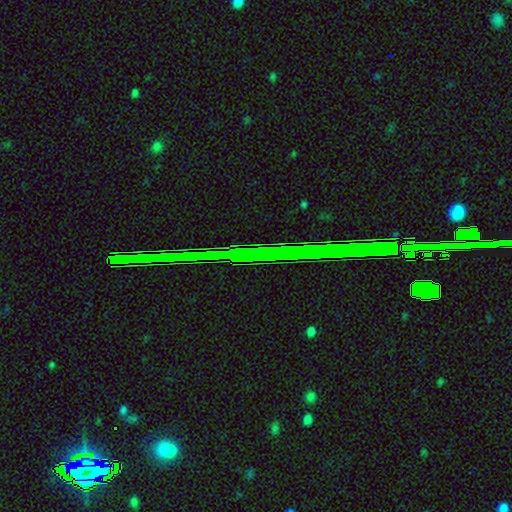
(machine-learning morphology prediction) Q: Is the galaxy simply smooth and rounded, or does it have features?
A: star or artifact — 80%.